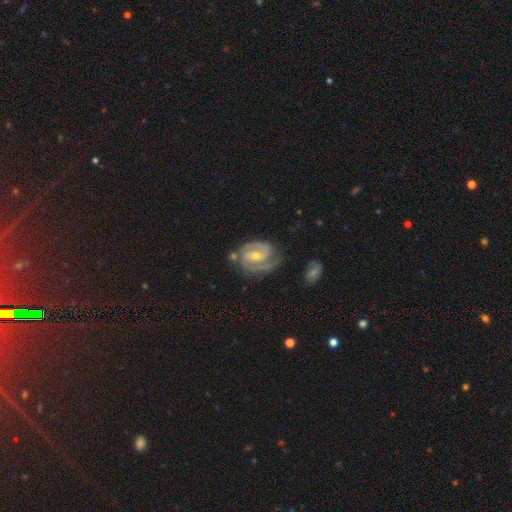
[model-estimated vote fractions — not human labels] This is clearly a featured or disk galaxy (88%). It is clearly not viewed edge-on (98%). Bar: possibly weak (46%). Spiral arm pattern: clearly yes (97%). Spiral arm count: likely 2 (73%). Spiral winding: possibly tight (54%). Central bulge: possibly moderate (49%). Merging: likely none (63%).